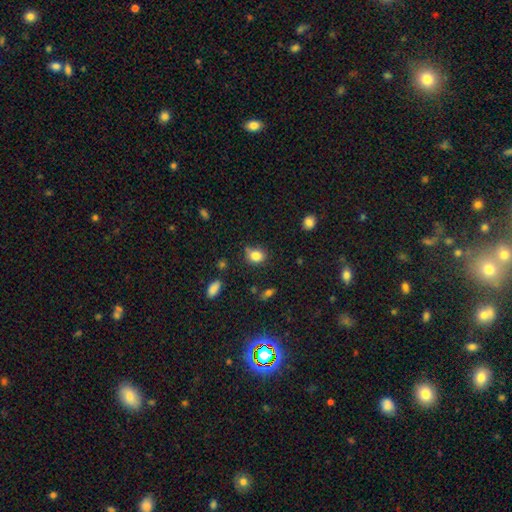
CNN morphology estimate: smooth-or-featured: smooth: 83% | star or artifact: 11% | featured or disk: 6%
  how-rounded: round: 54% | in between: 45% | cigar-shaped: 1%
  merging: none: 65% | minor disturbance: 24% | merger: 6% | major disturbance: 5%